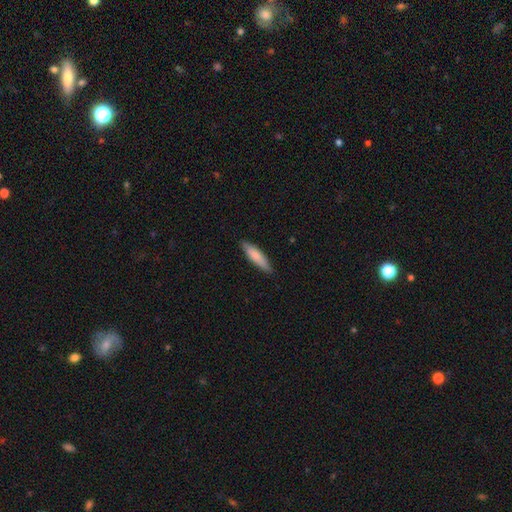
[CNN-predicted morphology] Smooth or featured: smooth — 77% (featured or disk — 18%)
How rounded: cigar-shaped — 71% (in between — 28%)
Merging: none — 86% (minor disturbance — 11%)